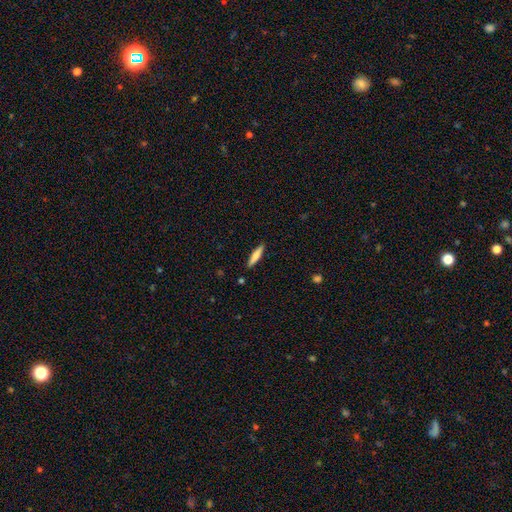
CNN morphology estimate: type=smooth (71%); roundness=cigar-shaped (86%); merging=none (89%).